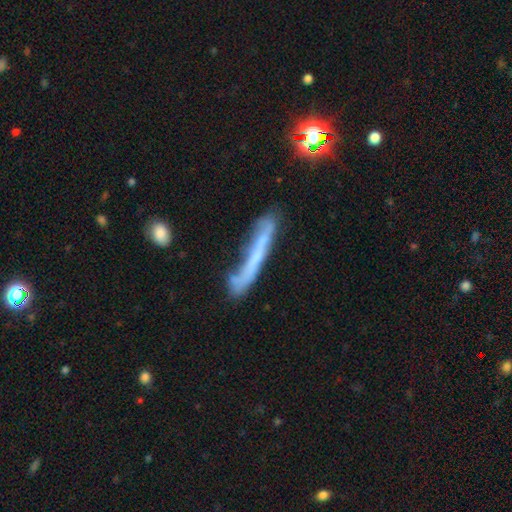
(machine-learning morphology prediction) Overall: featured or disk (47%; smooth 43%). Merging: none (49%; minor disturbance 27%).